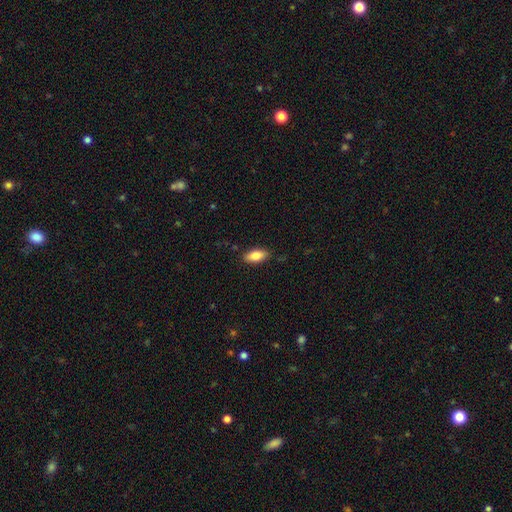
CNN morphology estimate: A smooth galaxy with no disk features (83%) that is in between round and cigar-shaped (89%).

Vote fractions:
- Smooth or featured? smooth: 83% / featured or disk: 10% / star or artifact: 7%
- How rounded? in between: 89% / cigar-shaped: 9% / round: 3%
- Merging? none: 86% / minor disturbance: 11% / major disturbance: 2% / merger: 1%